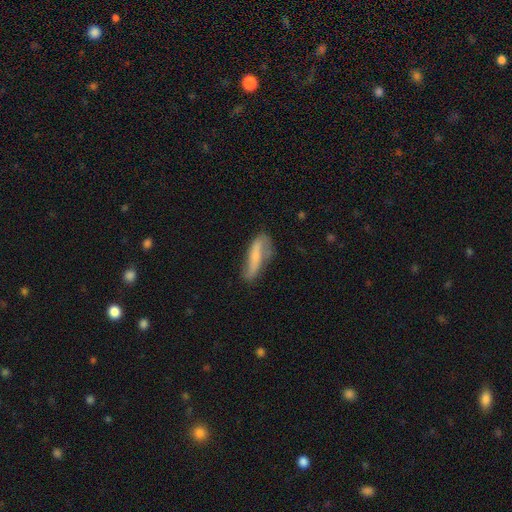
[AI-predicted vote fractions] Smooth or featured: smooth — 47% (featured or disk — 46%)
Merging: none — 56% (minor disturbance — 29%)